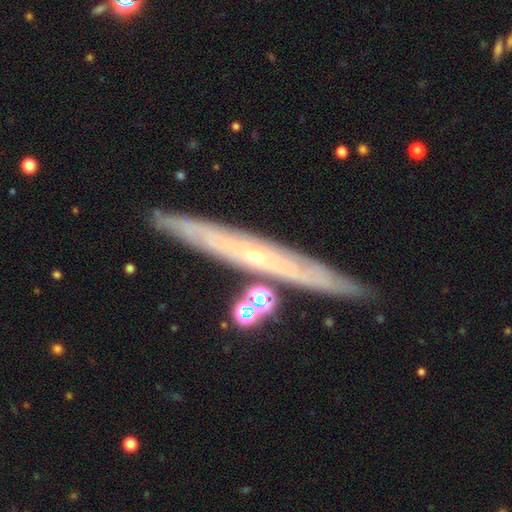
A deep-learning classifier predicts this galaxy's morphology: Smooth or featured? Predicted: featured or disk (p=0.73). Edge-on disk? Predicted: yes (p=0.84). Edge-on bulge? Predicted: none (p=0.52). Merging? Predicted: none (p=0.86).